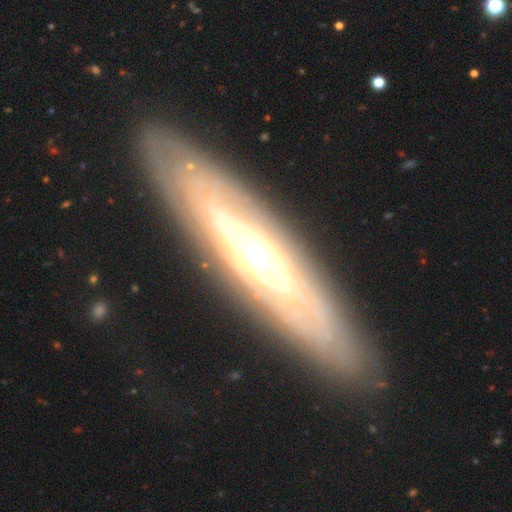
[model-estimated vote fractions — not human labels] This is likely a featured or disk galaxy (80%). It is possibly not viewed edge-on (57%). Merging: clearly none (86%).